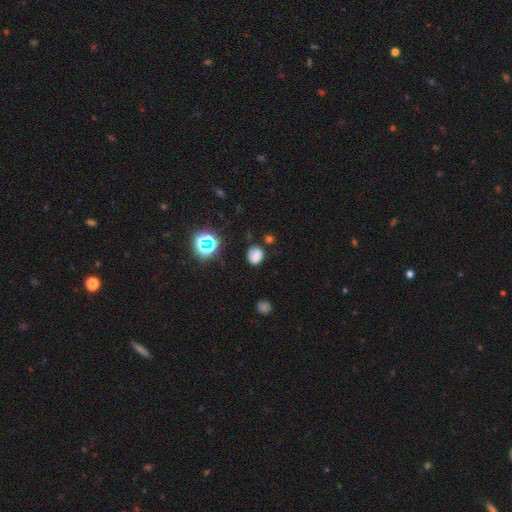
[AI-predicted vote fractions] smooth 72%, star or artifact 19%, featured or disk 9%. Down the decision tree: how rounded — round (57%); merging — none (71%).